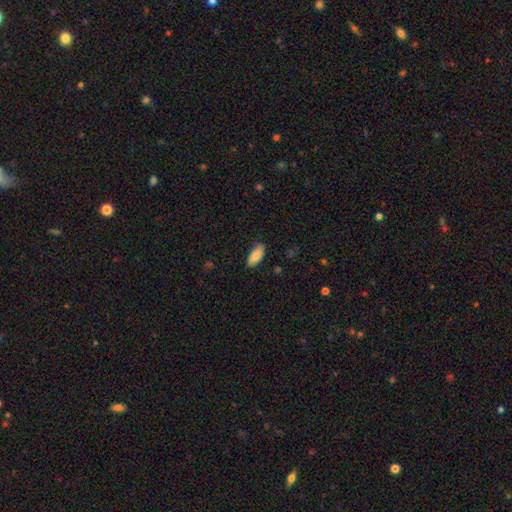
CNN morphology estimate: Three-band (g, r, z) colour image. It shows a smooth galaxy with no disk features (86%) that is in between round and cigar-shaped (87%). Merging: none (83%).